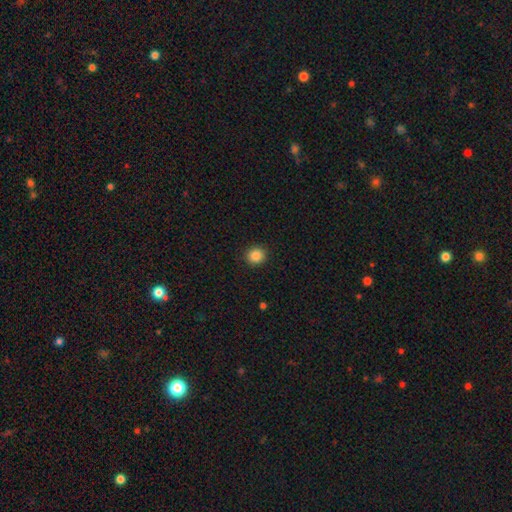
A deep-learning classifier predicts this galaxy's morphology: This is clearly a smooth galaxy (87%). How rounded: clearly round (87%). Merging: clearly none (92%).